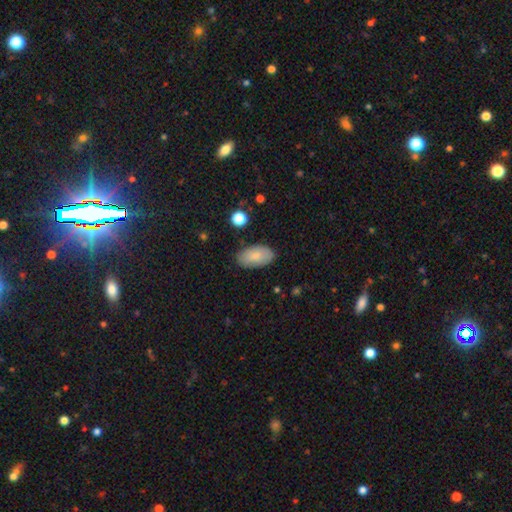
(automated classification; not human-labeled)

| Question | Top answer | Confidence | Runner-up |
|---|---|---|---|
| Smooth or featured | smooth | 81% | featured or disk (12%) |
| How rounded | in between | 94% | round (4%) |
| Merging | none | 84% | minor disturbance (12%) |